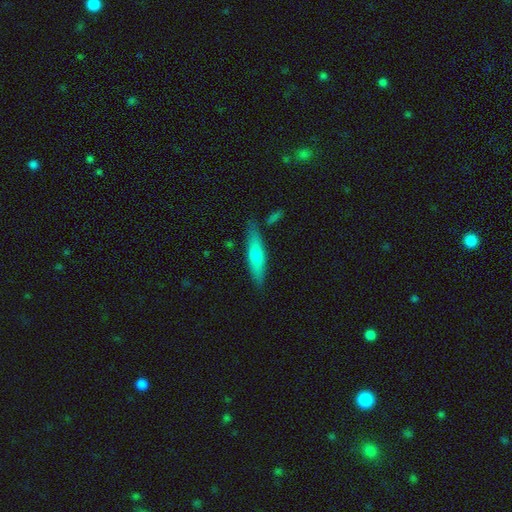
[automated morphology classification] A smooth galaxy with no disk features (57%) that is cigar-shaped (78%). Merging: none (82%).